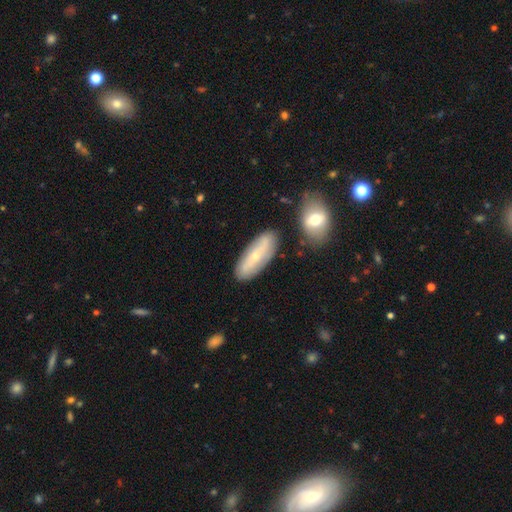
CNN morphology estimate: Smooth or featured? Predicted: smooth (p=0.48). Merging? Predicted: none (p=0.78).